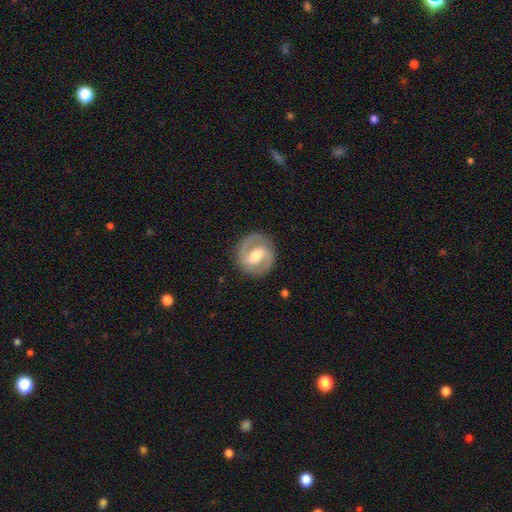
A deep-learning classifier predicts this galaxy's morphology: Smooth or featured? featured or disk (82%)
Edge-on disk? no (97%)
Bar? weak (44%)
Spiral arms? yes (90%)
Spiral winding? medium (52%)
Spiral arm count? 2 (90%)
Bulge size? moderate (68%)
Merging? none (87%)